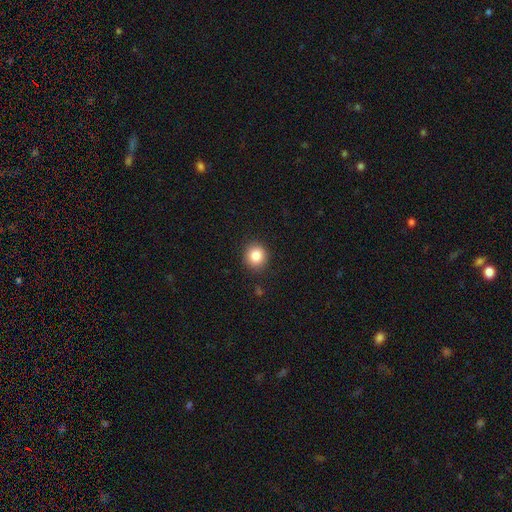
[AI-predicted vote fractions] Morphology: type=smooth (85%); roundness=round (90%); merging=none (90%).